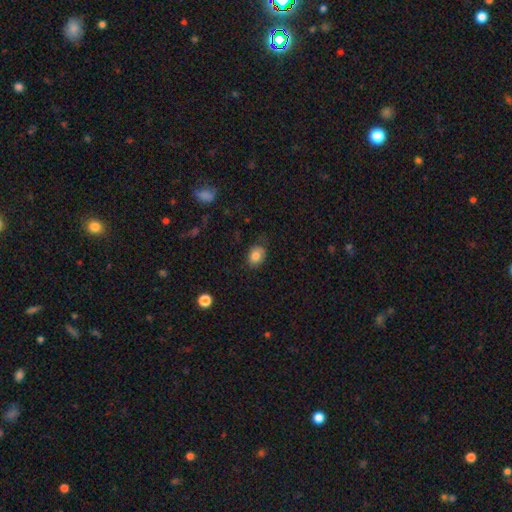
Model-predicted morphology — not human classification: A smooth galaxy with no disk features (82%) that is in between round and cigar-shaped (70%). Merging: none (69%).